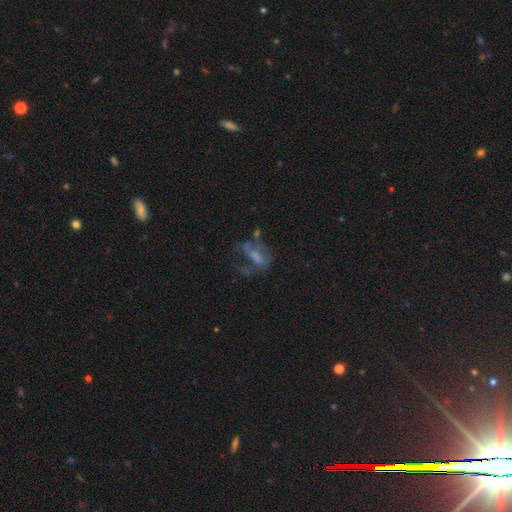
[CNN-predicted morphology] The model was most divided on "merging": major disturbance: 42%, none: 29%, minor disturbance: 17%, merger: 12%. Remaining: smooth or featured — featured or disk (49%).